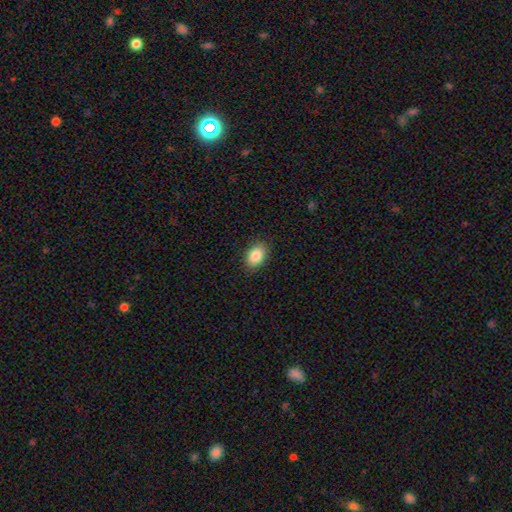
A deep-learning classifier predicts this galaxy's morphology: This is clearly a smooth galaxy (86%). How rounded: clearly in between (85%). Merging: clearly none (88%).